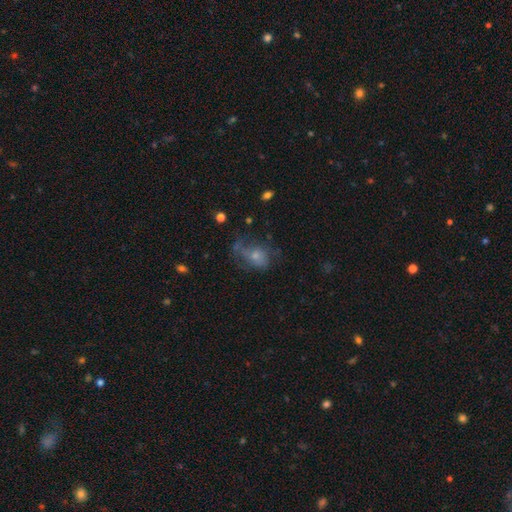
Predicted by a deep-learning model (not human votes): Morphology: type=smooth (48%); merging=major disturbance (36%).